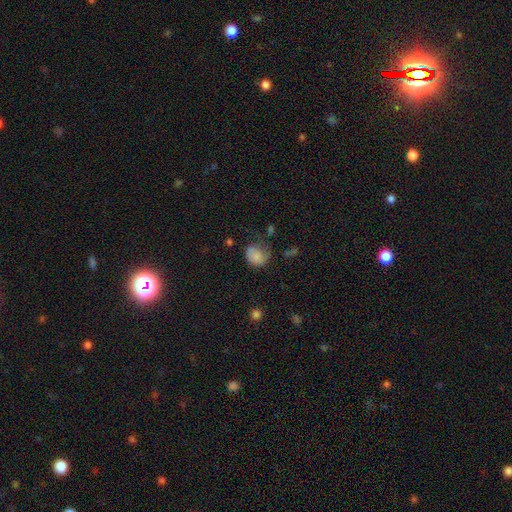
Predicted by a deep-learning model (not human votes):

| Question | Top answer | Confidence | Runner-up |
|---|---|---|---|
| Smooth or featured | smooth | 74% | featured or disk (16%) |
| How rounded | round | 62% | in between (37%) |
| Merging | none | 42% | minor disturbance (31%) |